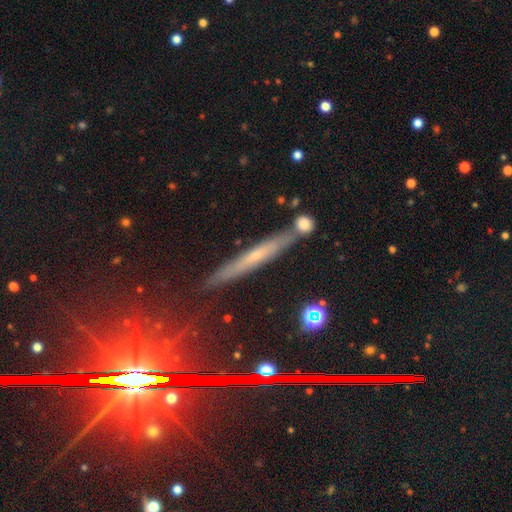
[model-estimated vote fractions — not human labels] Morphology: type=featured or disk (49%); merging=none (79%).